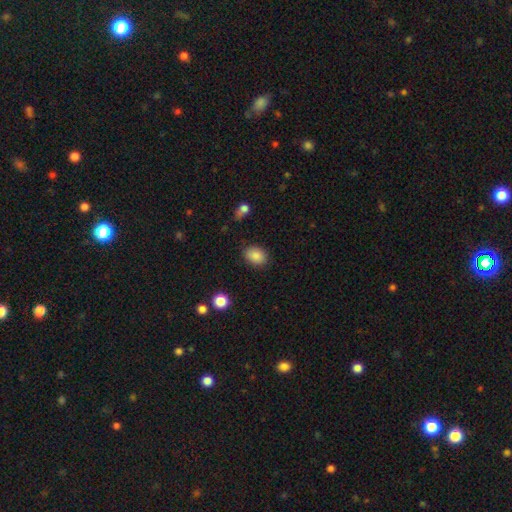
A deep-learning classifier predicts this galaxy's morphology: This appears to be a smooth galaxy with no disk features (87%) that is in between round and cigar-shaped (70%). Merging: none (83%).